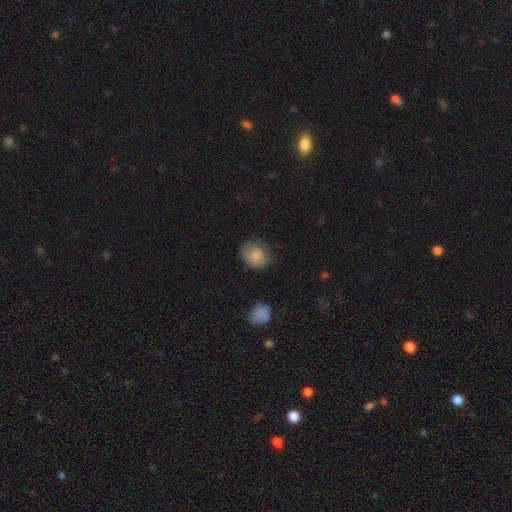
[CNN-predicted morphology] A smooth galaxy with no disk features (82%) that is round (56%).

Vote fractions:
- Smooth or featured? smooth: 82% / featured or disk: 10% / star or artifact: 8%
- How rounded? round: 56% / in between: 43% / cigar-shaped: 1%
- Merging? none: 70% / minor disturbance: 22% / major disturbance: 6% / merger: 2%